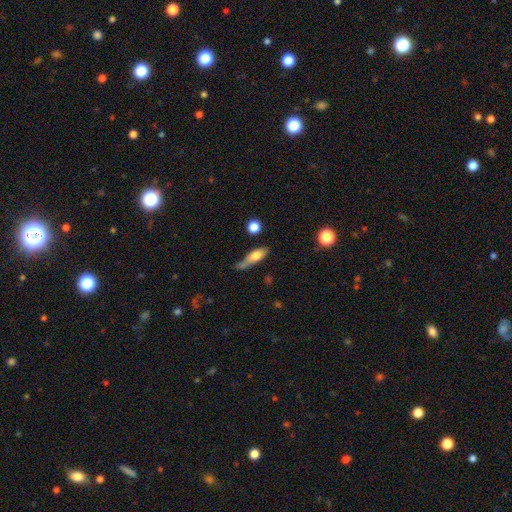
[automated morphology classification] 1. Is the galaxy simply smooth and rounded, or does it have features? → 64% smooth, 28% featured or disk, 8% star or artifact.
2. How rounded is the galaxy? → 50% in between, 45% cigar-shaped, 5% round.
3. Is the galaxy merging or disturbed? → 40% none, 32% minor disturbance, 18% major disturbance, 10% merger.